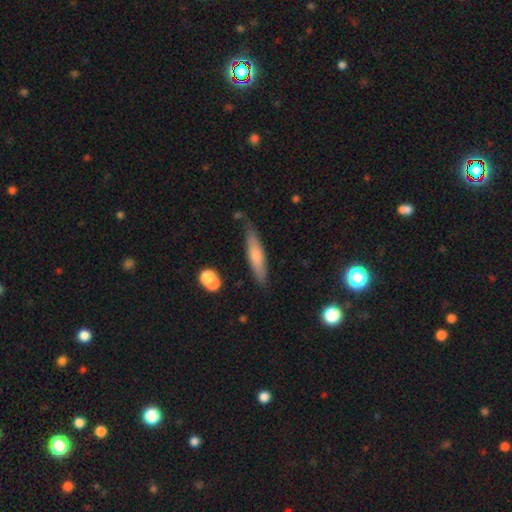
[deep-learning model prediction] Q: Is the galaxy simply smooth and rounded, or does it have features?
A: smooth — 53%.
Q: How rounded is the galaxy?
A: cigar-shaped — 84%.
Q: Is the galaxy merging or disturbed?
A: none — 80%.